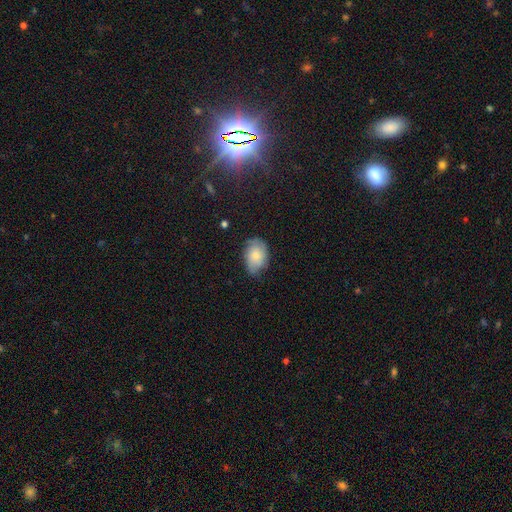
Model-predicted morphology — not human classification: A smooth galaxy with no disk features (70%) that is in between round and cigar-shaped (80%).

Vote fractions:
- Smooth or featured? smooth: 70% / featured or disk: 23% / star or artifact: 7%
- How rounded? in between: 80% / round: 19% / cigar-shaped: 1%
- Merging? none: 61% / minor disturbance: 31% / major disturbance: 7% / merger: 1%